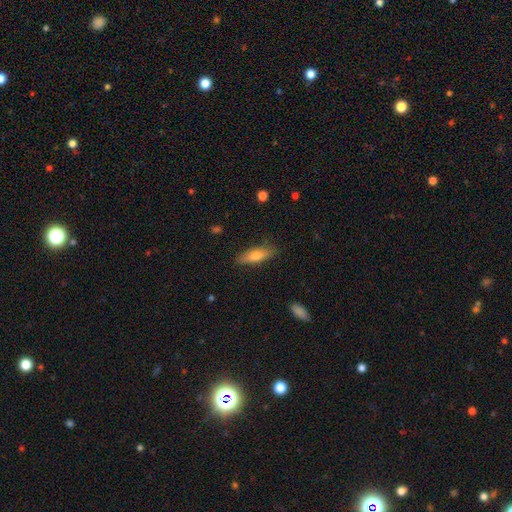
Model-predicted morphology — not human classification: Q: Smooth or featured?
A: smooth (67%); runner-up: featured or disk (26%)
Q: How rounded?
A: cigar-shaped (53%); runner-up: in between (45%)
Q: Merging?
A: none (83%); runner-up: minor disturbance (13%)